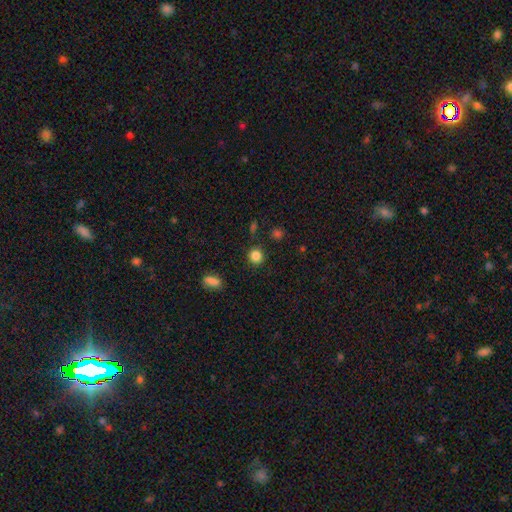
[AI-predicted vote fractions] smooth-or-featured: smooth: 85% | star or artifact: 11% | featured or disk: 4%
  how-rounded: round: 90% | in between: 9% | cigar-shaped: 1%
  merging: none: 88% | minor disturbance: 7% | major disturbance: 3% | merger: 3%